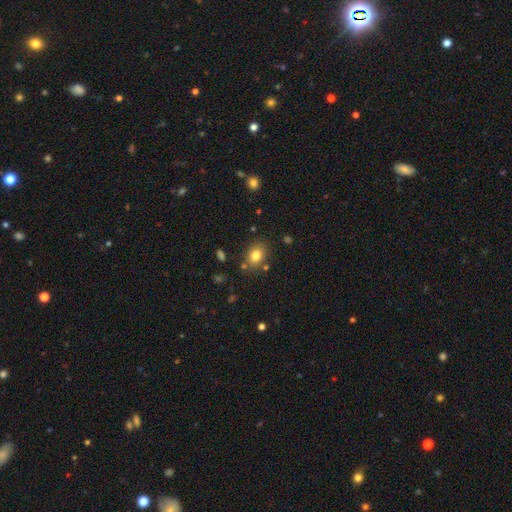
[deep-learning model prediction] Morphology: type=smooth (80%); roundness=in between (60%); merging=none (80%).